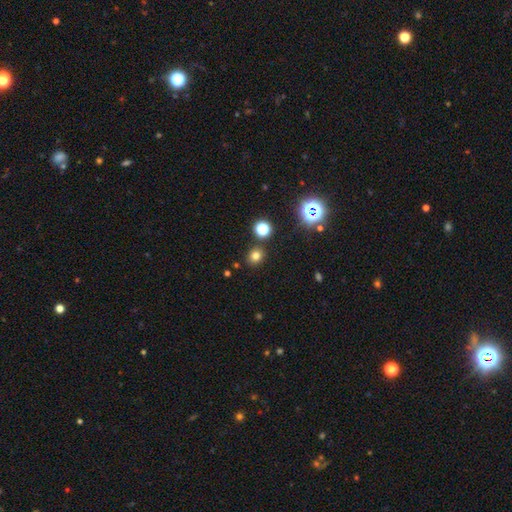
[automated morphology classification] smooth_or_featured: smooth (p=0.74) [alt: star or artifact p=0.19]
how_rounded: round (p=0.76) [alt: in between p=0.23]
merging: none (p=0.84) [alt: minor disturbance p=0.08]